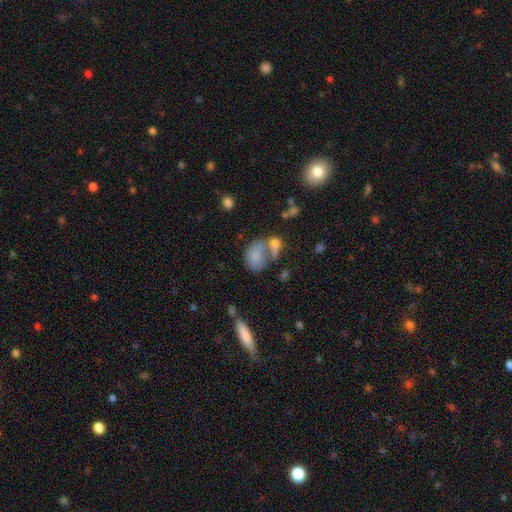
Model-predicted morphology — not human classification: smooth_or_featured: smooth (p=0.75) [alt: featured or disk p=0.15]
how_rounded: in between (p=0.75) [alt: round p=0.23]
merging: merger (p=0.41) [alt: none p=0.31]